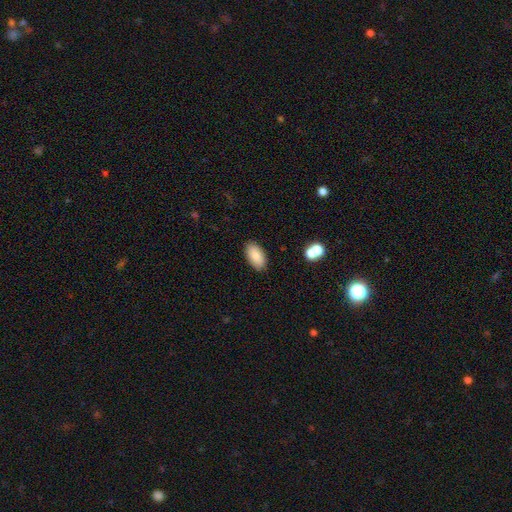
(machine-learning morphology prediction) Smooth or featured: smooth — 87% (star or artifact — 7%)
How rounded: in between — 94% (round — 3%)
Merging: none — 87% (minor disturbance — 9%)